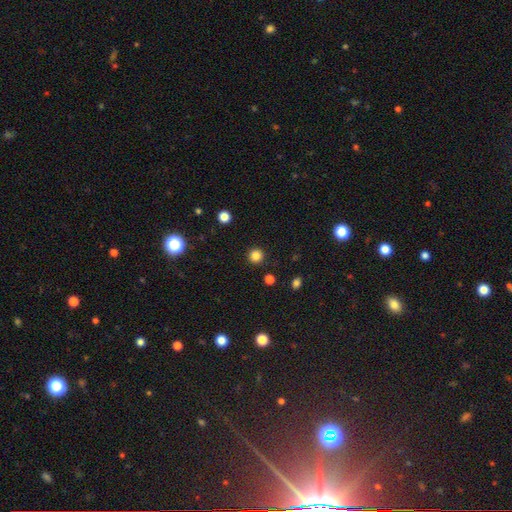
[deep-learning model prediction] Morphology: type=smooth (84%); roundness=round (96%); merging=none (92%).